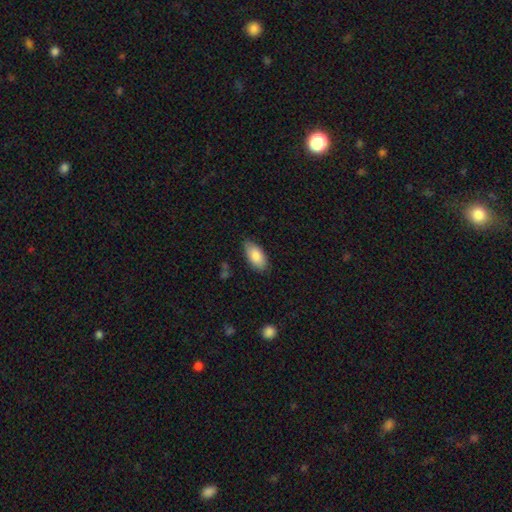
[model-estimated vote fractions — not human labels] Smooth or featured: smooth — 85% (featured or disk — 8%)
How rounded: in between — 93% (cigar-shaped — 4%)
Merging: none — 83% (minor disturbance — 14%)